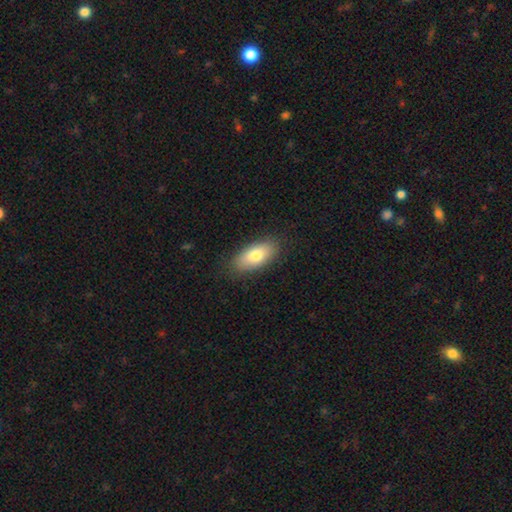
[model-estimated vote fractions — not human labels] smooth_or_featured: smooth (p=0.77) [alt: featured or disk p=0.16]
how_rounded: in between (p=0.88) [alt: cigar-shaped p=0.08]
merging: none (p=0.85) [alt: minor disturbance p=0.11]